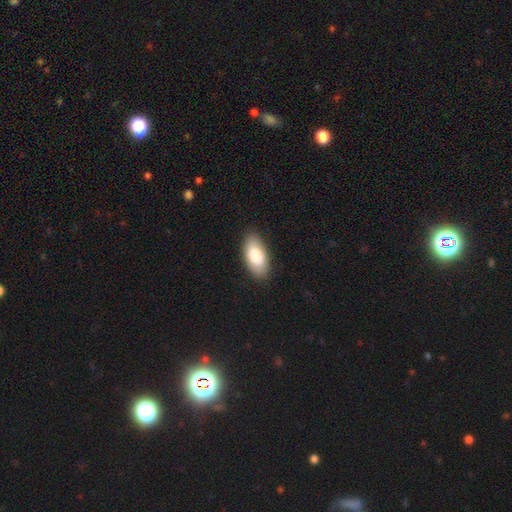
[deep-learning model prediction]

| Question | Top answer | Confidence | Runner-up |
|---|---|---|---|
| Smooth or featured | smooth | 81% | featured or disk (13%) |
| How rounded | in between | 91% | cigar-shaped (7%) |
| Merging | none | 88% | minor disturbance (9%) |